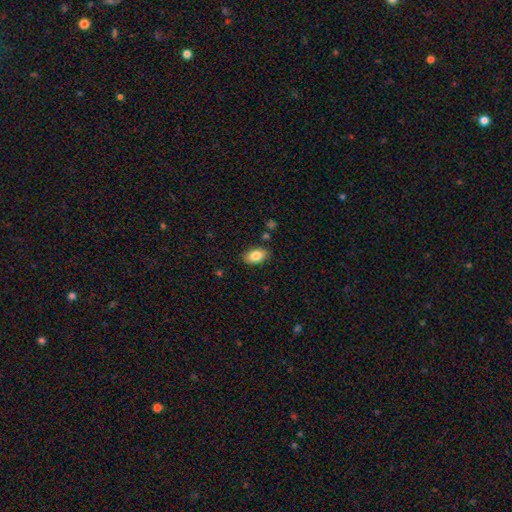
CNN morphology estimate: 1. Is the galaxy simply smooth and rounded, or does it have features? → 83% smooth, 10% featured or disk, 8% star or artifact.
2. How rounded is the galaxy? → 90% in between, 8% round, 2% cigar-shaped.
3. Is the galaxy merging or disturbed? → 85% none, 11% minor disturbance, 2% major disturbance, 2% merger.